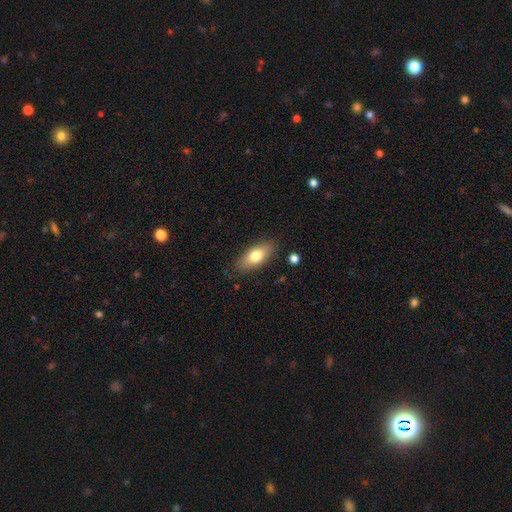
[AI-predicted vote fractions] smooth_or_featured: smooth (p=0.75) [alt: featured or disk p=0.19]
how_rounded: in between (p=0.81) [alt: cigar-shaped p=0.16]
merging: none (p=0.84) [alt: minor disturbance p=0.12]